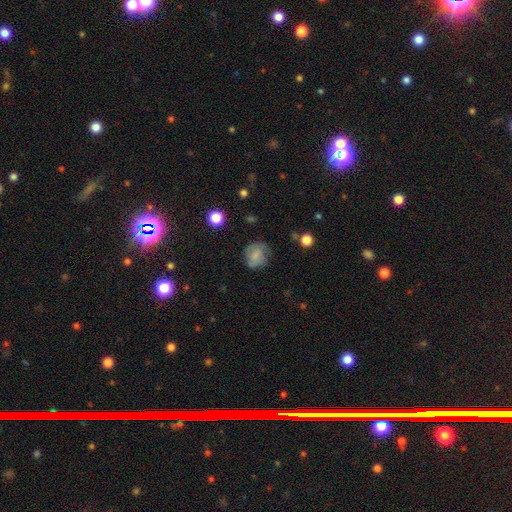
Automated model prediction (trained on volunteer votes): This is likely a smooth galaxy (67%). How rounded: likely round (73%). Merging: likely none (61%).